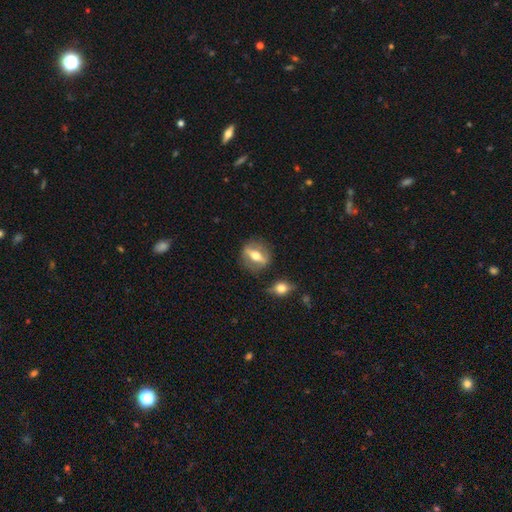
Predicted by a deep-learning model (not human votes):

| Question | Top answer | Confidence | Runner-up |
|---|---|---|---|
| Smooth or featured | featured or disk | 65% | smooth (28%) |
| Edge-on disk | yes | 54% | no (46%) |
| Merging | none | 81% | minor disturbance (11%) |